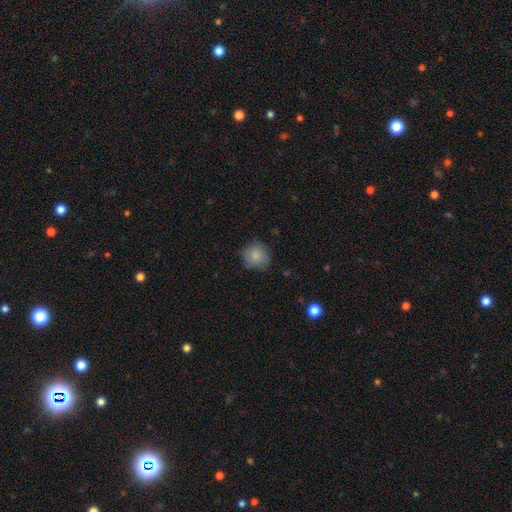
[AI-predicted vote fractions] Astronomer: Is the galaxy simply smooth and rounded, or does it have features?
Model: smooth — 85%.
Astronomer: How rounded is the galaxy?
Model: round — 87%.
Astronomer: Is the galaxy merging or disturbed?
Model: none — 79%.